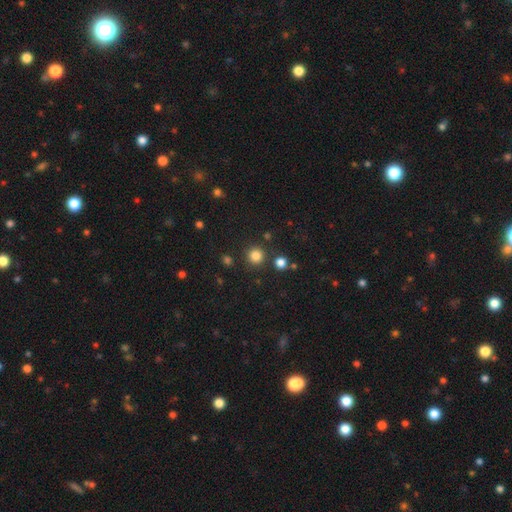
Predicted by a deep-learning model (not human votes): Smooth or featured? smooth (82%)
How rounded? round (94%)
Merging? none (87%)